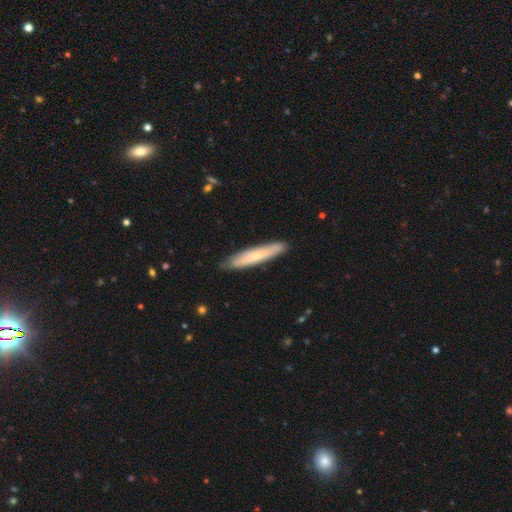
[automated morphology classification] smooth_or_featured: smooth (p=0.60) [alt: featured or disk p=0.34]
how_rounded: cigar-shaped (p=0.90) [alt: in between p=0.08]
merging: none (p=0.87) [alt: minor disturbance p=0.10]